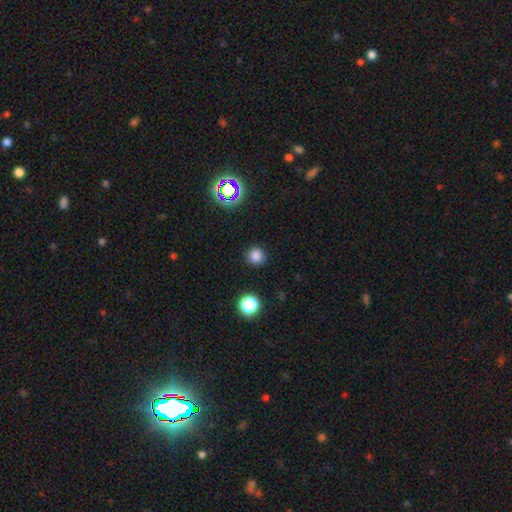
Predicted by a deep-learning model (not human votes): Morphology: type=smooth (80%); roundness=round (93%); merging=none (90%).